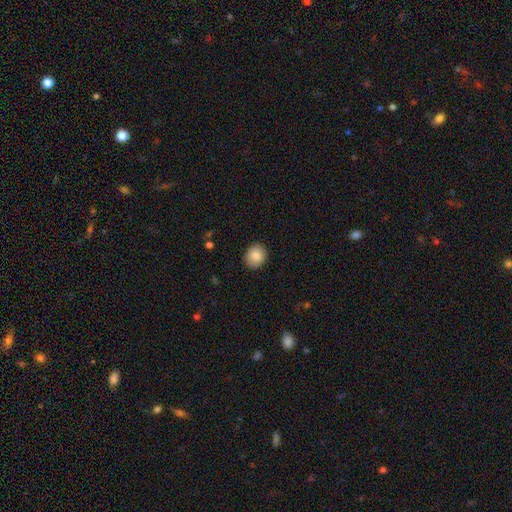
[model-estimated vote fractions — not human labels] Q: Smooth or featured?
A: smooth (87%); runner-up: star or artifact (8%)
Q: How rounded?
A: round (66%); runner-up: in between (34%)
Q: Merging?
A: none (90%); runner-up: minor disturbance (7%)